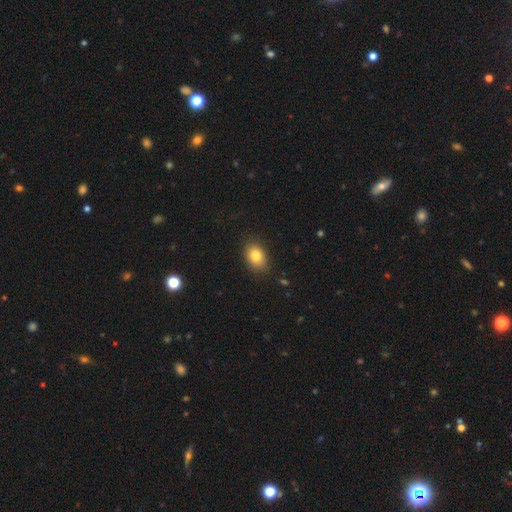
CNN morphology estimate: Overall: smooth (81%). How rounded: in between (76%). Merging: none (82%).